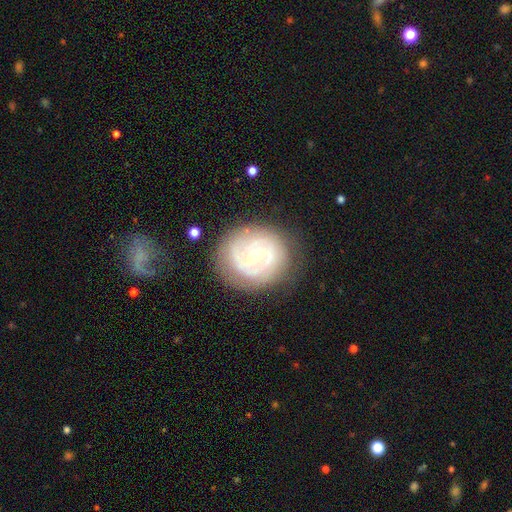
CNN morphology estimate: Q: Smooth or featured?
A: featured or disk (77%); runner-up: smooth (17%)
Q: Edge-on disk?
A: no (97%); runner-up: yes (3%)
Q: Bar?
A: weak (43%); runner-up: no (41%)
Q: Spiral arms?
A: yes (80%); runner-up: no (20%)
Q: Spiral winding?
A: tight (68%); runner-up: medium (23%)
Q: Spiral arm count?
A: 2 (42%); runner-up: can't tell (33%)
Q: Bulge size?
A: moderate (74%); runner-up: small (14%)
Q: Merging?
A: none (77%); runner-up: minor disturbance (15%)